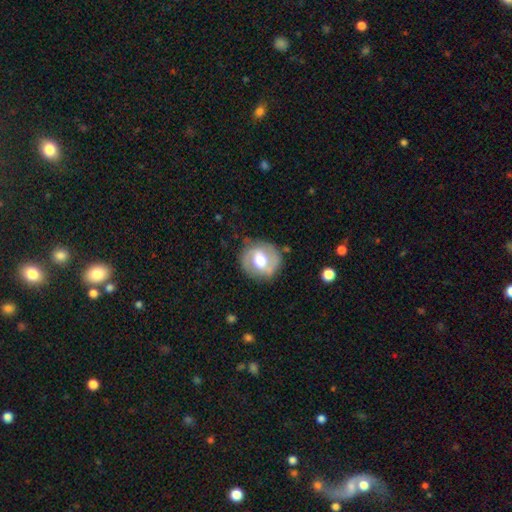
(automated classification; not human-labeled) This is likely a featured or disk galaxy (66%). It is clearly not viewed edge-on (96%). Bar: marginally weak (44%). Spiral arm pattern: likely yes (70%). Central bulge: likely moderate (64%). Merging: likely none (79%).